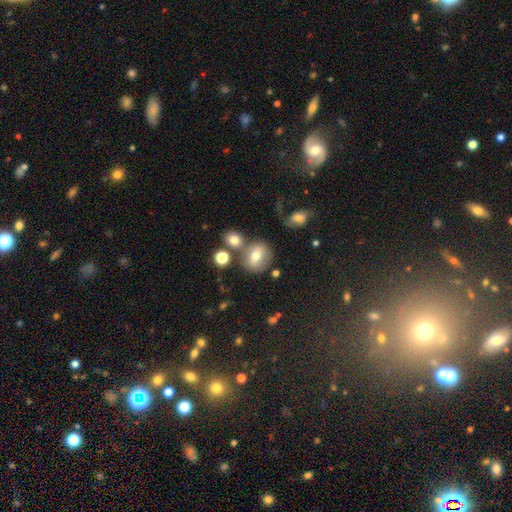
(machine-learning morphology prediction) A star or artifact, not a galaxy (45%).

Vote fractions:
- Smooth or featured? star or artifact: 45% / smooth: 41% / featured or disk: 14%